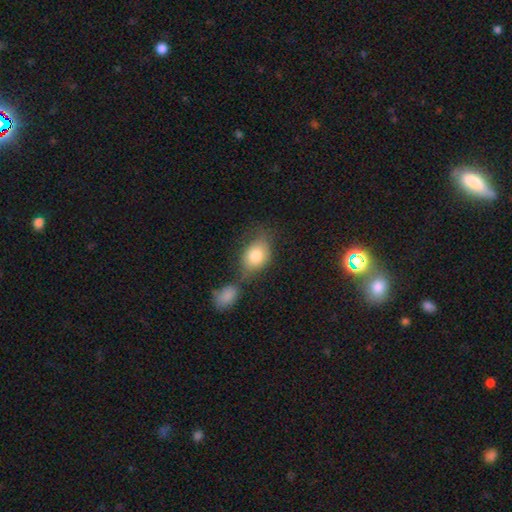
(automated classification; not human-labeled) Q: Smooth or featured?
A: smooth (81%); runner-up: featured or disk (12%)
Q: How rounded?
A: in between (73%); runner-up: round (26%)
Q: Merging?
A: none (43%); runner-up: merger (29%)